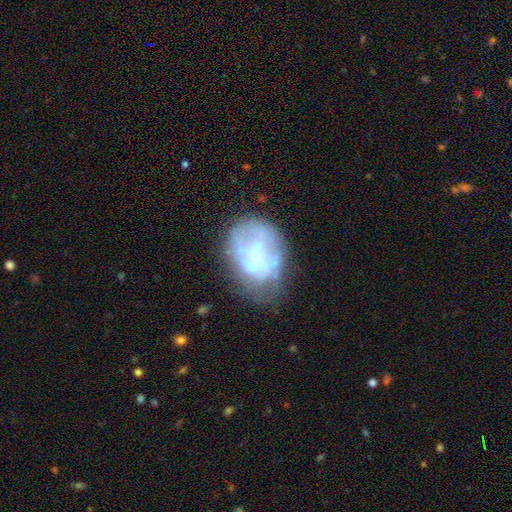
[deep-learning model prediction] smooth_or_featured: featured or disk (p=0.58) [alt: smooth p=0.32]
disk_edge_on: no (p=0.98) [alt: yes p=0.02]
bar: no (p=0.84) [alt: weak p=0.12]
has_spiral_arms: no (p=0.83) [alt: yes p=0.17]
bulge_size: none (p=0.48) [alt: small p=0.30]
merging: none (p=0.46) [alt: minor disturbance p=0.24]